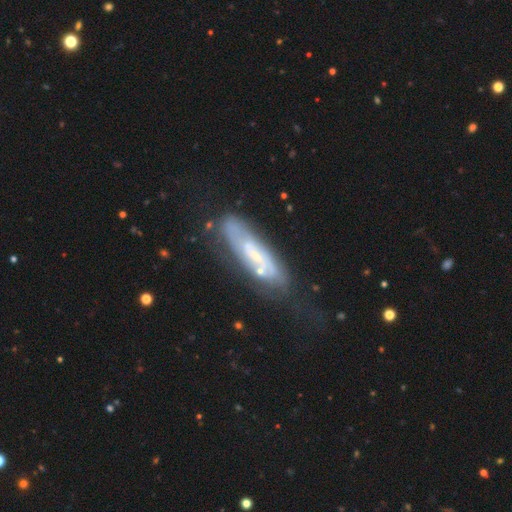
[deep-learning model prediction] Smooth or featured? featured or disk (65%)
Edge-on disk? no (71%)
Merging? none (54%)